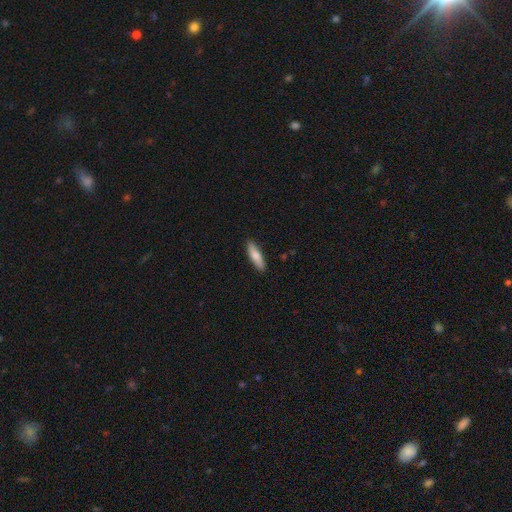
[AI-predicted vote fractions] This appears to be a smooth galaxy with no disk features (77%) that is cigar-shaped (68%). Merging: none (89%).